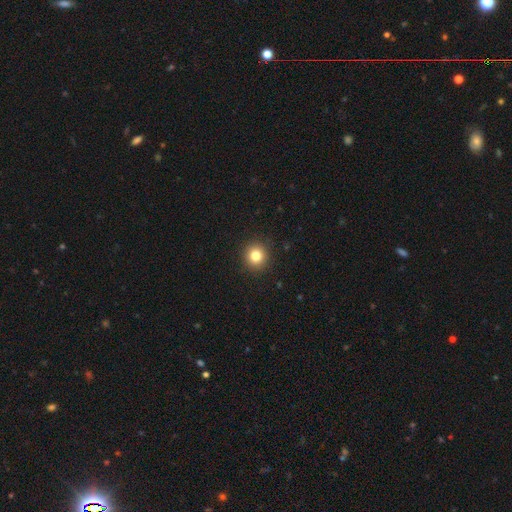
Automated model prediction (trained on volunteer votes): smooth-or-featured: smooth: 82% | star or artifact: 12% | featured or disk: 7%
  how-rounded: round: 91% | in between: 8% | cigar-shaped: 1%
  merging: none: 92% | minor disturbance: 5% | major disturbance: 2% | merger: 1%